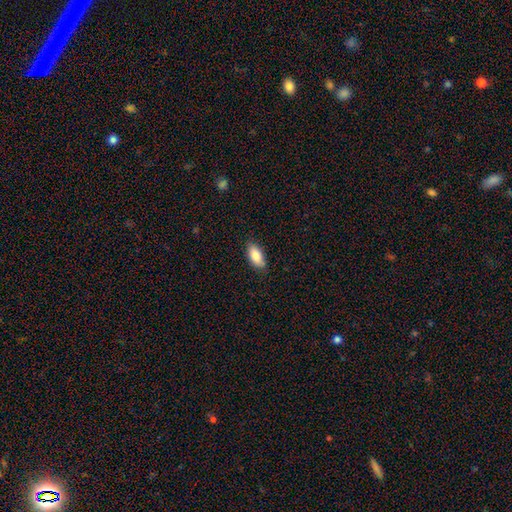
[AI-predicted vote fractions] A smooth galaxy with no disk features (83%) that is in between round and cigar-shaped (89%).

Vote fractions:
- Smooth or featured? smooth: 83% / featured or disk: 10% / star or artifact: 7%
- How rounded? in between: 89% / cigar-shaped: 9% / round: 2%
- Merging? none: 84% / minor disturbance: 13% / major disturbance: 2% / merger: 1%